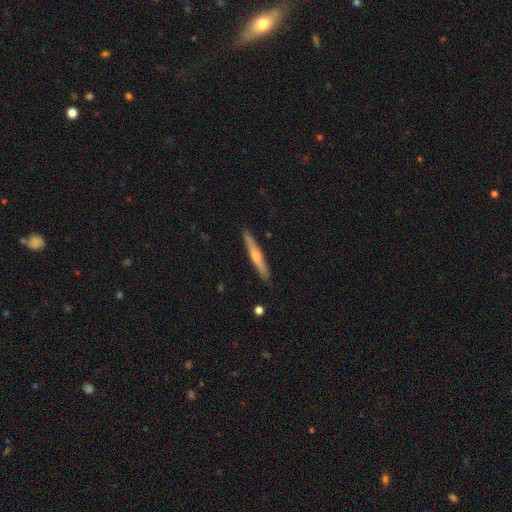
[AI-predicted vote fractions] A featured or disk galaxy (53%) viewed edge-on (96%) with a rounded central bulge (75%). Merging: none (91%).